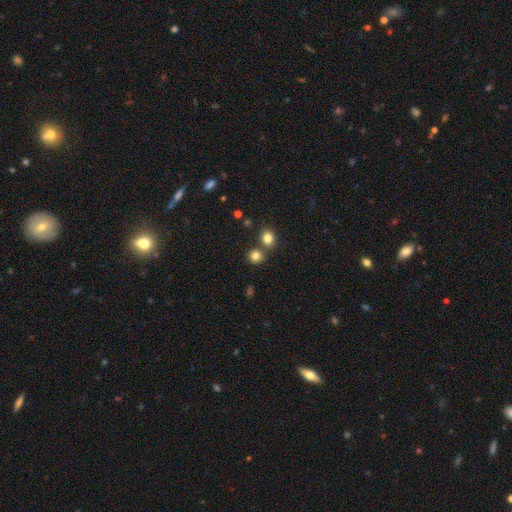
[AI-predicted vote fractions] Smooth or featured? Predicted: smooth (p=0.81). How rounded? Predicted: round (p=0.84). Merging? Predicted: none (p=0.66).